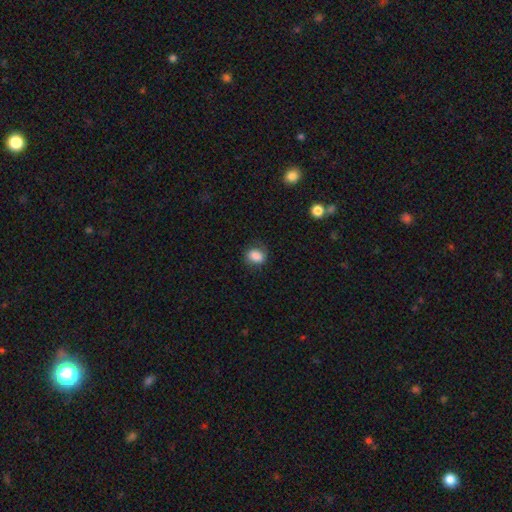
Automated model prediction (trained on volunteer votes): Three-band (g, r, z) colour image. It shows a smooth galaxy with no disk features (85%) that is in between round and cigar-shaped (54%). Merging: none (71%).